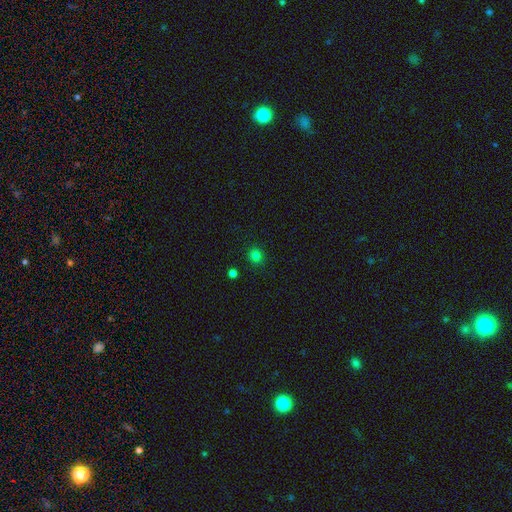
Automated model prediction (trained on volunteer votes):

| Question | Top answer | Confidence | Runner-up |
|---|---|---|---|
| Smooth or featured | smooth | 80% | star or artifact (16%) |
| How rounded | round | 87% | in between (12%) |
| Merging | none | 89% | minor disturbance (7%) |